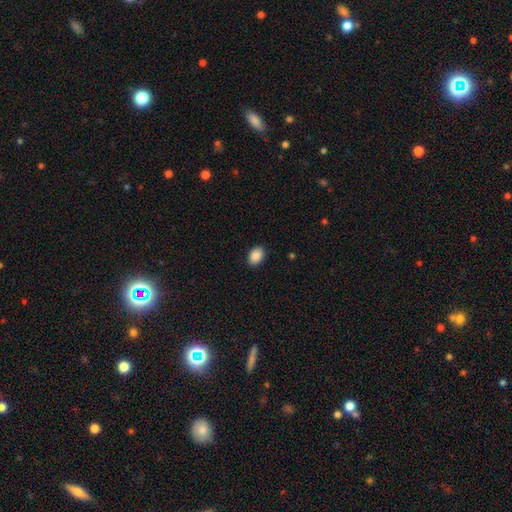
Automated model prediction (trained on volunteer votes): This is clearly a smooth galaxy (90%). How rounded: likely in between (78%). Merging: clearly none (89%).